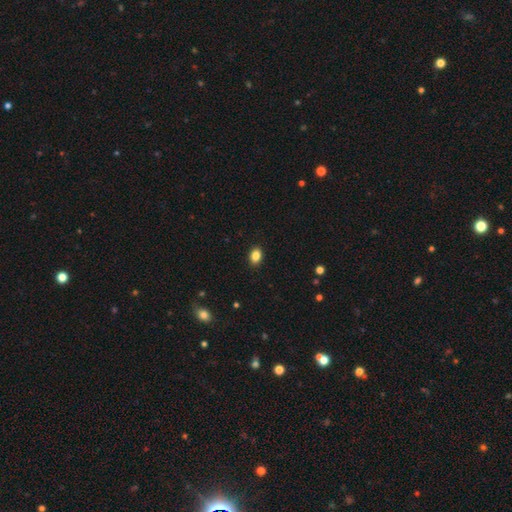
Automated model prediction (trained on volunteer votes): smooth_or_featured: smooth (p=0.86) [alt: star or artifact p=0.09]
how_rounded: in between (p=0.73) [alt: round p=0.25]
merging: none (p=0.90) [alt: minor disturbance p=0.07]